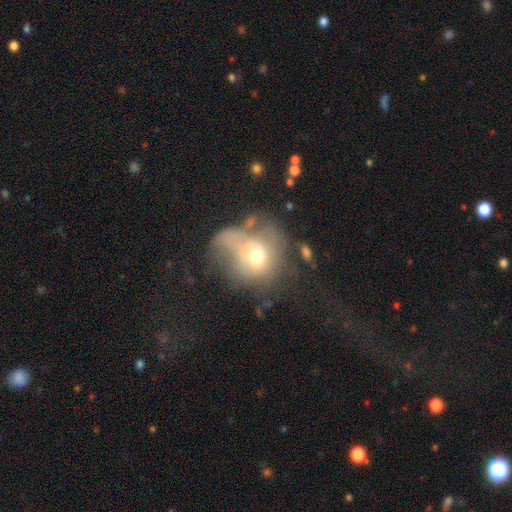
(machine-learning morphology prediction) smooth_or_featured: smooth (p=0.53) [alt: featured or disk p=0.34]
how_rounded: round (p=0.65) [alt: in between p=0.34]
merging: major disturbance (p=0.44) [alt: none p=0.20]